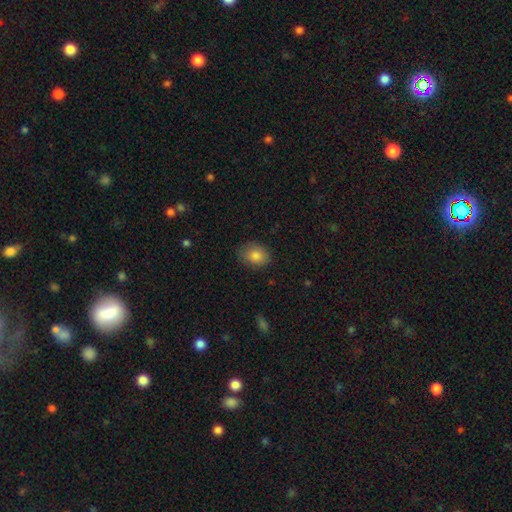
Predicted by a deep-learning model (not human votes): Smooth or featured? smooth (84%)
How rounded? in between (57%)
Merging? none (82%)